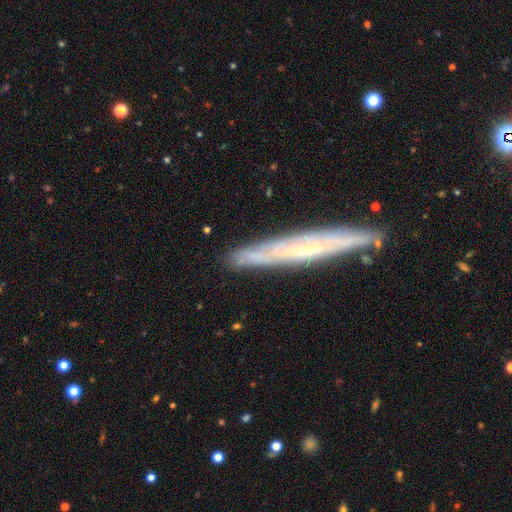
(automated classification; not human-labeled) Smooth or featured? featured or disk (55%)
Edge-on disk? yes (59%)
Merging? none (73%)